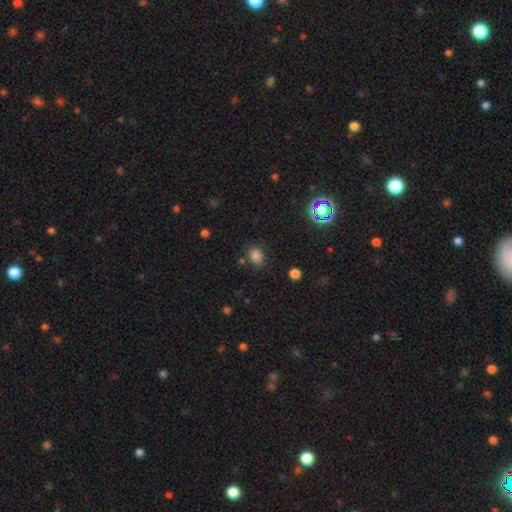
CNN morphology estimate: type=smooth (77%); roundness=in between (64%); merging=none (77%).